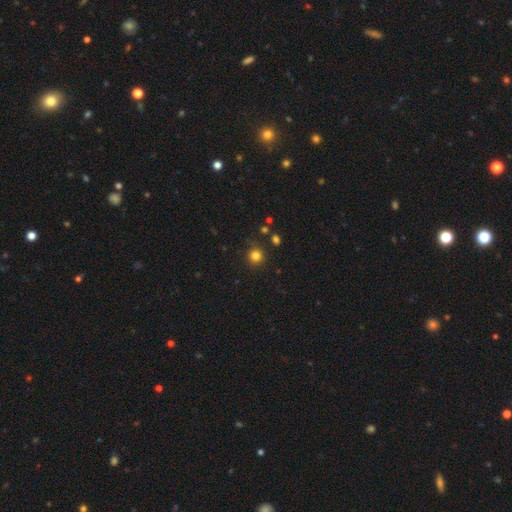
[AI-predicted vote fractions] Smooth or featured? smooth (81%)
How rounded? round (93%)
Merging? none (87%)